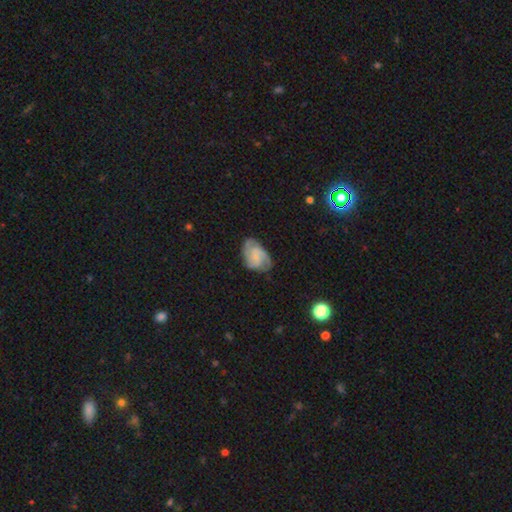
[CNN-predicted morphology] Smooth or featured: featured or disk — 74% (smooth — 19%)
Edge-on disk: no — 98% (yes — 2%)
Bar: no — 52% (weak — 39%)
Spiral arms: yes — 95% (no — 5%)
Spiral winding: medium — 48% (tight — 37%)
Spiral arm count: 2 — 45% (3 — 30%)
Bulge size: small — 43% (none — 38%)
Merging: none — 65% (minor disturbance — 23%)